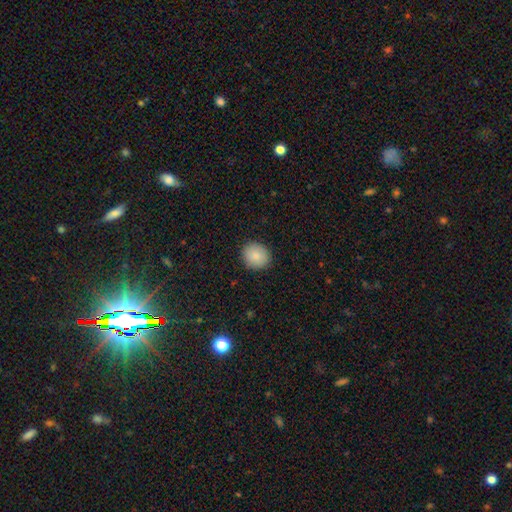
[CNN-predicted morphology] smooth-or-featured: smooth: 88% | star or artifact: 8% | featured or disk: 4%
  how-rounded: round: 76% | in between: 23% | cigar-shaped: 1%
  merging: none: 90% | minor disturbance: 7% | major disturbance: 2% | merger: 1%